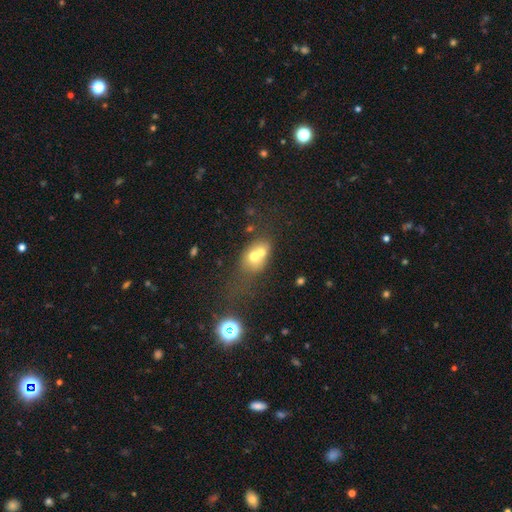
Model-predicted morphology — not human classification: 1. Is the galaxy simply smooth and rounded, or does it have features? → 60% smooth, 27% featured or disk, 13% star or artifact.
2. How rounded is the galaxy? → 51% in between, 47% round, 2% cigar-shaped.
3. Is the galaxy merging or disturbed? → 64% merger, 21% none, 8% minor disturbance, 6% major disturbance.